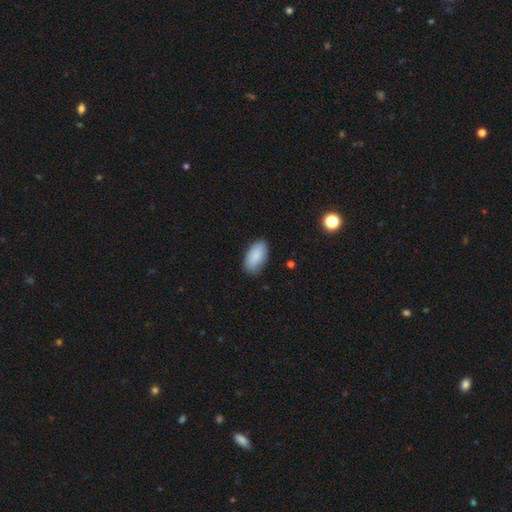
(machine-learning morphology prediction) Q: Smooth or featured?
A: smooth (88%); runner-up: star or artifact (6%)
Q: How rounded?
A: in between (94%); runner-up: cigar-shaped (3%)
Q: Merging?
A: none (82%); runner-up: minor disturbance (14%)